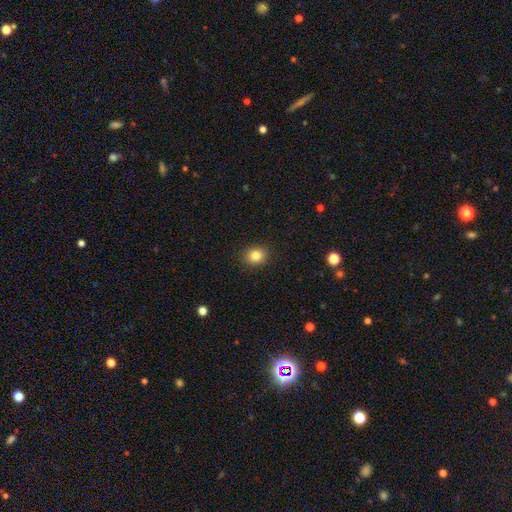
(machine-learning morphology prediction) Smooth or featured? smooth (83%)
How rounded? round (75%)
Merging? none (90%)